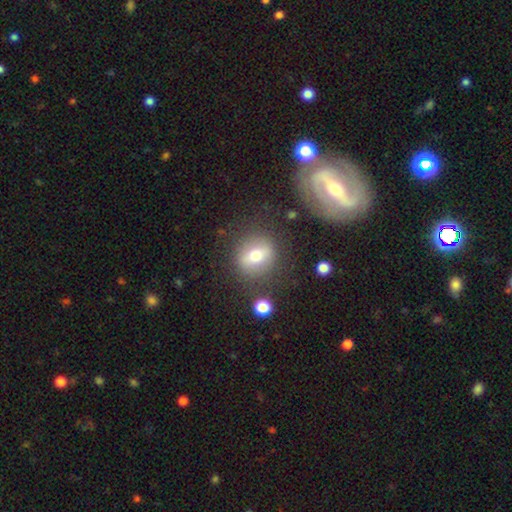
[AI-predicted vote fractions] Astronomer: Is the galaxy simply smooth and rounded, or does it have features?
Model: smooth — 56% (runner-up: featured or disk, 34%).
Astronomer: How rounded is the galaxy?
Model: round — 69%.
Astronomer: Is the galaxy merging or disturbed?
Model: none — 79%.